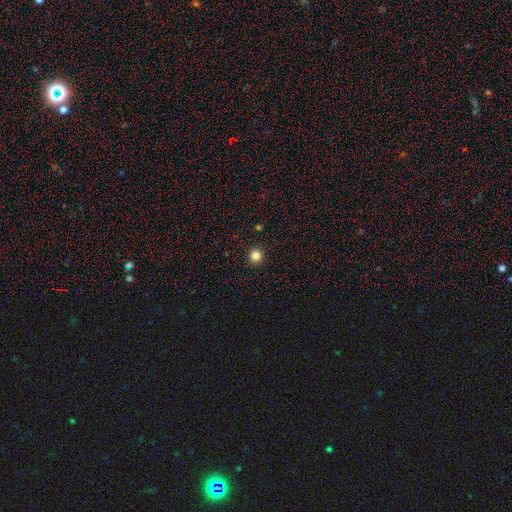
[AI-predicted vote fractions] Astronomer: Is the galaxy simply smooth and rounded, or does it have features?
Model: smooth — 84%.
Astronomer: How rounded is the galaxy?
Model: round — 94%.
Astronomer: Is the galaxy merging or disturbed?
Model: none — 93%.